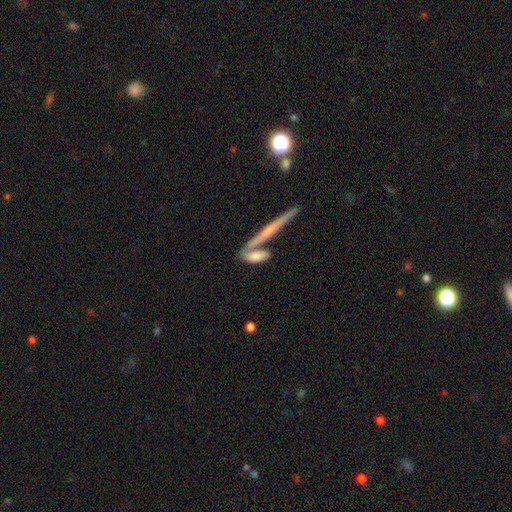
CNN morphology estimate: Smooth or featured? smooth (63%)
How rounded? cigar-shaped (51%)
Merging? none (44%)